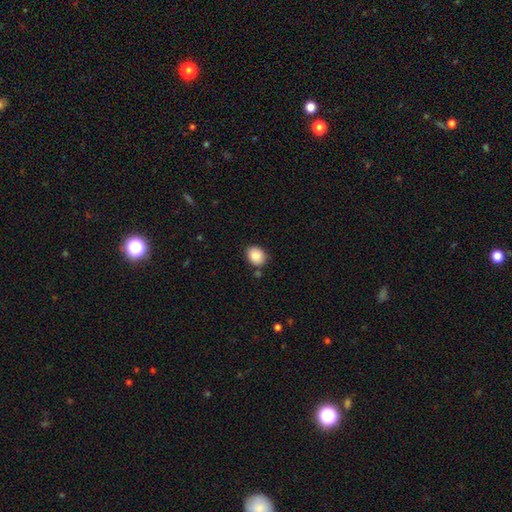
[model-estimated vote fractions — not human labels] Smooth or featured?
  - smooth: 86% *
  - star or artifact: 8%
  - featured or disk: 6%
How rounded?
  - round: 51% *
  - in between: 48%
  - cigar-shaped: 1%
Merging?
  - none: 82% *
  - minor disturbance: 11%
  - merger: 5%
  - major disturbance: 2%